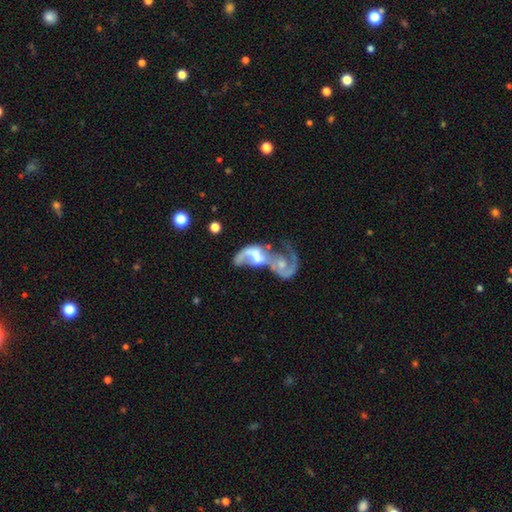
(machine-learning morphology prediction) A featured or disk galaxy (71%) with no bar (60%), spiral arms (67%) and a moderate central bulge (39%).

Vote fractions:
- Smooth or featured? featured or disk: 71% / smooth: 21% / star or artifact: 8%
- Edge-on disk? no: 96% / yes: 4%
- Bar? no: 60% / weak: 29% / strong: 12%
- Spiral arms? yes: 67% / no: 33%
- Bulge size? moderate: 39% / none: 27% / small: 20% / large: 12% / dominant: 2%
- Merging? merger: 70% / major disturbance: 18% / none: 8% / minor disturbance: 5%